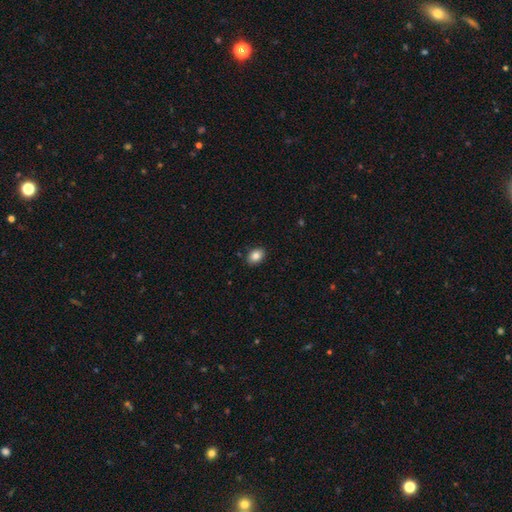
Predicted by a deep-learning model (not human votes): A smooth galaxy with no disk features (84%) that is in between round and cigar-shaped (75%). Merging: none (88%).